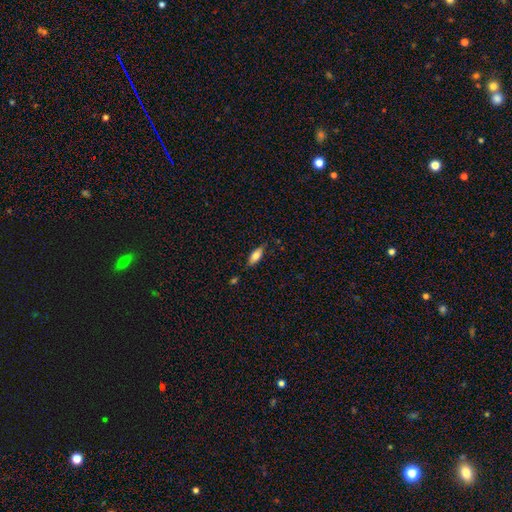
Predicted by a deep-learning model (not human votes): Q: Smooth or featured?
A: smooth (74%); runner-up: featured or disk (19%)
Q: How rounded?
A: in between (75%); runner-up: cigar-shaped (22%)
Q: Merging?
A: none (77%); runner-up: minor disturbance (18%)